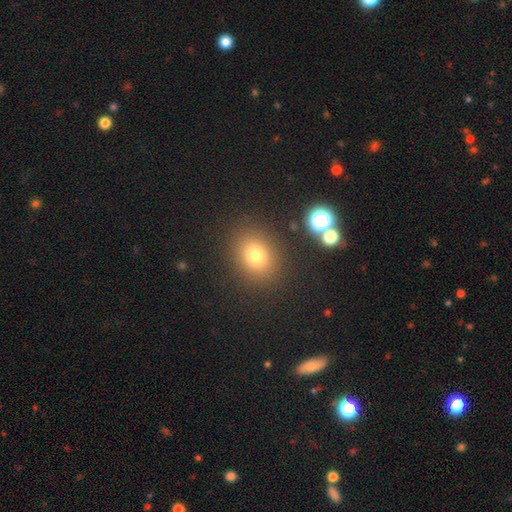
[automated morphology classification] The model was most divided on "how rounded": round: 59%, in between: 40%, cigar-shaped: 1%. More confident: merging — none (86%); smooth or featured — smooth (76%).